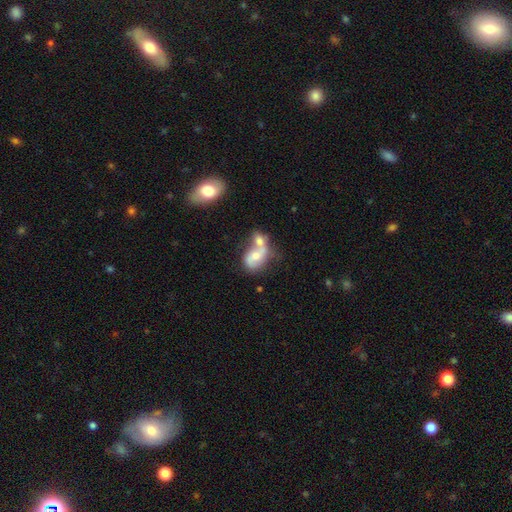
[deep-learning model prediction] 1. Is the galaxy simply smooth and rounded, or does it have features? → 50% featured or disk, 42% smooth, 8% star or artifact.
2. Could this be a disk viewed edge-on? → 96% no, 4% yes.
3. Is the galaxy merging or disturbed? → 66% merger, 19% none, 9% minor disturbance, 6% major disturbance.